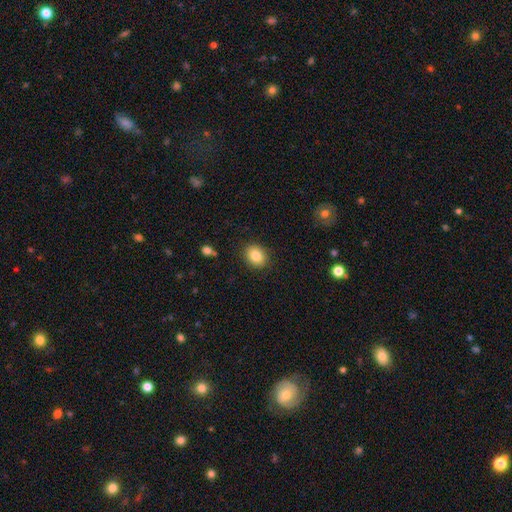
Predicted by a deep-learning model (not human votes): Smooth or featured: smooth — 83% (star or artifact — 9%)
How rounded: round — 50% (in between — 49%)
Merging: none — 88% (minor disturbance — 9%)